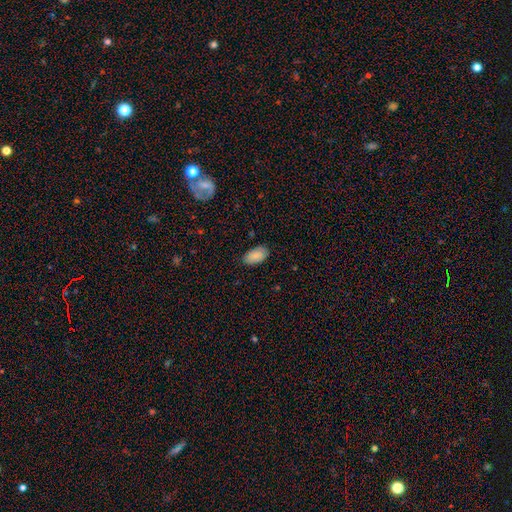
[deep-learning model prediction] Q: Smooth or featured?
A: smooth (82%); runner-up: featured or disk (12%)
Q: How rounded?
A: in between (95%); runner-up: round (3%)
Q: Merging?
A: none (83%); runner-up: minor disturbance (13%)